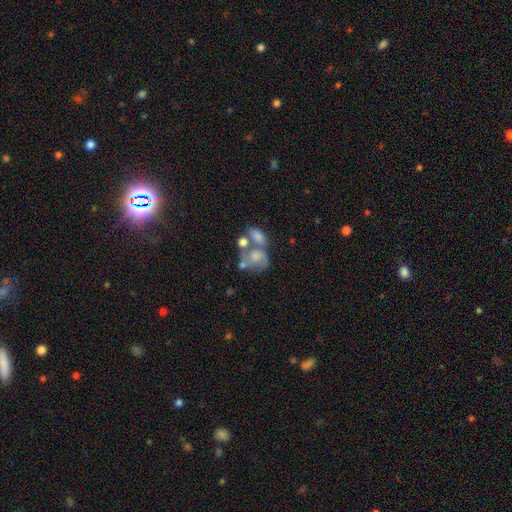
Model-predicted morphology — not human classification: featured or disk 42%, smooth 41%, star or artifact 17%. Down the decision tree: merging — merger (47%).